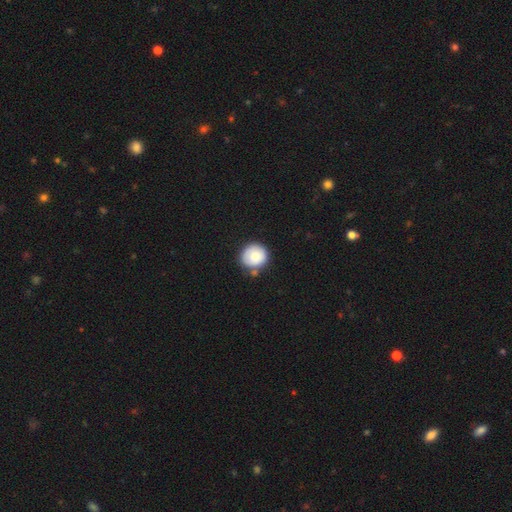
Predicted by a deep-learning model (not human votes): Smooth or featured?
  - smooth: 81% *
  - featured or disk: 12%
  - star or artifact: 7%
How rounded?
  - round: 89% *
  - in between: 10%
  - cigar-shaped: 1%
Merging?
  - none: 71% *
  - minor disturbance: 16%
  - merger: 8%
  - major disturbance: 4%